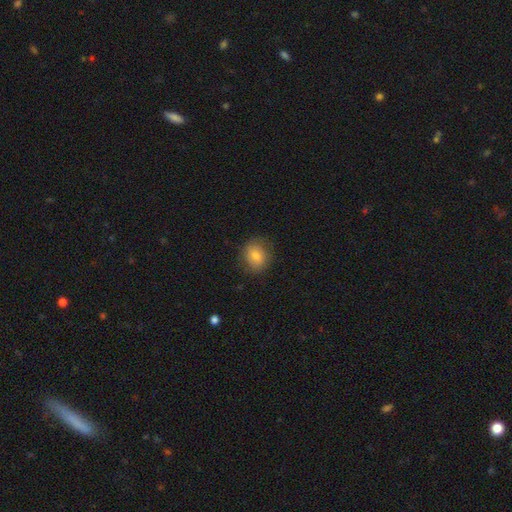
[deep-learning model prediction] Smooth or featured? smooth (75%)
How rounded? round (73%)
Merging? none (81%)